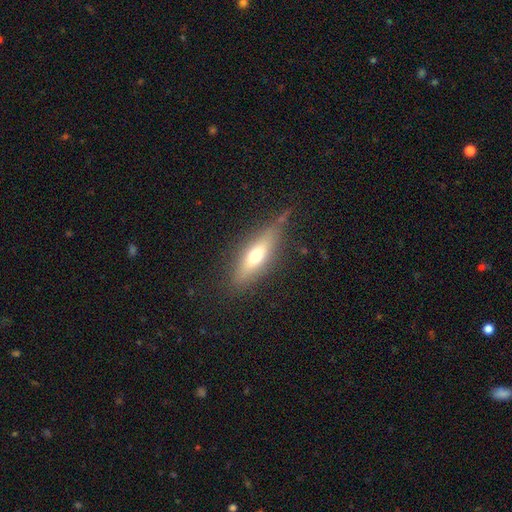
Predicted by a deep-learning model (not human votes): Smooth or featured?
  - smooth: 57% *
  - featured or disk: 34%
  - star or artifact: 8%
How rounded?
  - in between: 49% *
  - cigar-shaped: 47%
  - round: 4%
Merging?
  - none: 75% *
  - minor disturbance: 16%
  - major disturbance: 6%
  - merger: 3%